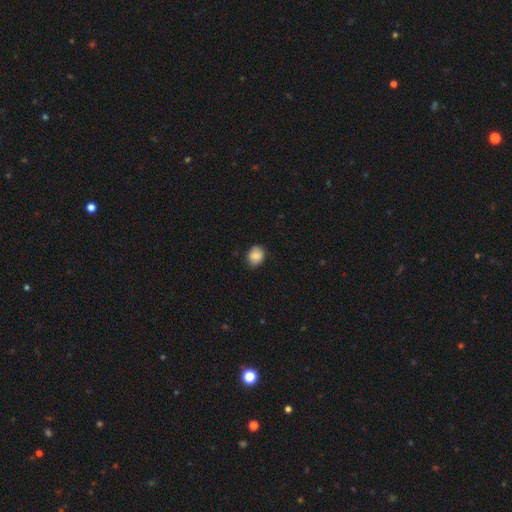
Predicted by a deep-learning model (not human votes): A smooth galaxy with no disk features (83%) that is round (54%). Merging: none (79%).